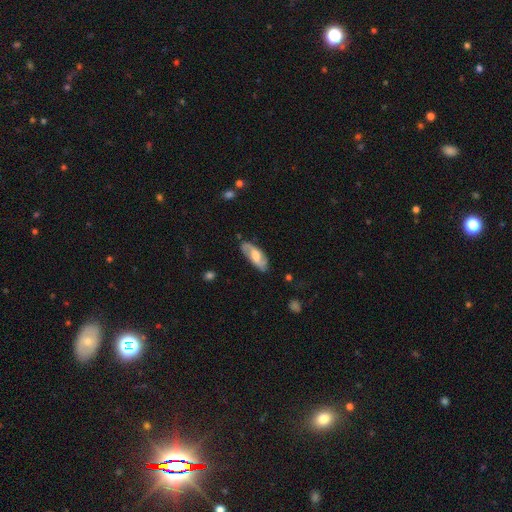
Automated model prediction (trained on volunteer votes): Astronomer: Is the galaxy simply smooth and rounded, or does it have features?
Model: featured or disk — 61%.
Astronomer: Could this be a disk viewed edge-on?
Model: no — 85%.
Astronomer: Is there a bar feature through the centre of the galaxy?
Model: weak — 43%, tied with no at 43%.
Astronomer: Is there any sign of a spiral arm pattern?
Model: yes — 85%.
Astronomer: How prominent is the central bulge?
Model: moderate — 42% (runner-up: large, 33%).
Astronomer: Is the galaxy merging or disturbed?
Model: none — 78%.